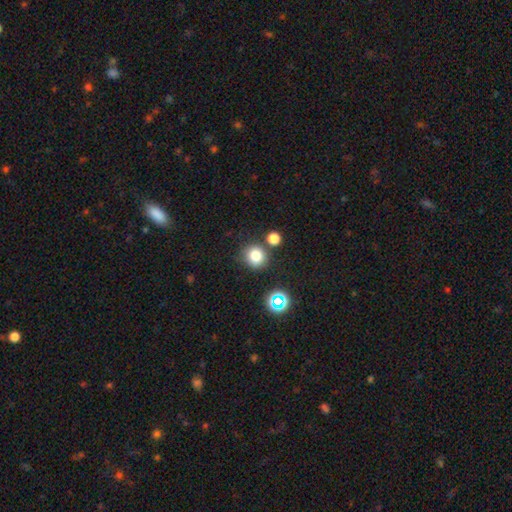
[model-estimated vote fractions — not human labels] The model was most divided on "smooth or featured": smooth: 78%, star or artifact: 16%, featured or disk: 6%. More confident: how rounded — round (90%); merging — none (78%).